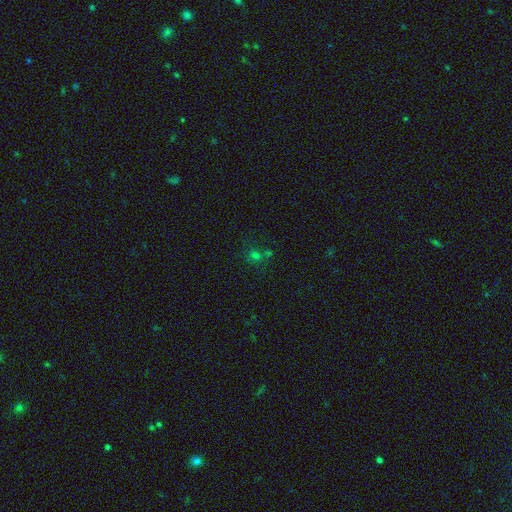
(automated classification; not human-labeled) Smooth or featured? smooth (54%)
How rounded? round (83%)
Merging? none (59%)